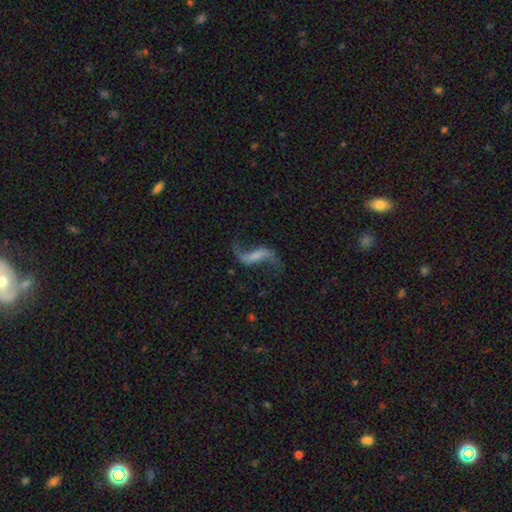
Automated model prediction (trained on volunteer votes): Morphology: type=featured or disk (85%); edge-on=no (96%); bar=strong (41%); spiral arms=yes (95%); winding=loose (93%); arm count=2 (93%); bulge=none (54%); merging=none (74%).